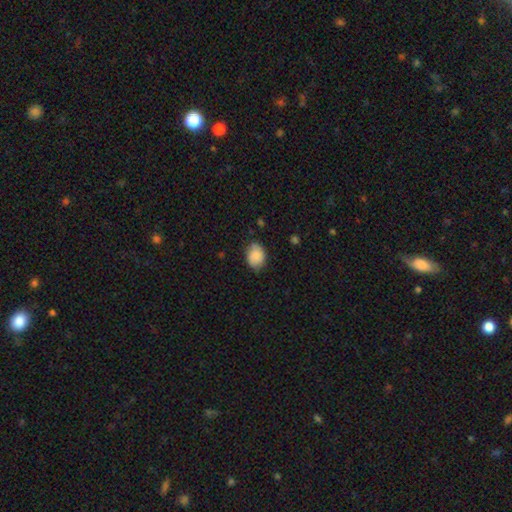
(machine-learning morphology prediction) Smooth or featured?
  - smooth: 79% *
  - featured or disk: 13%
  - star or artifact: 8%
How rounded?
  - in between: 67% *
  - round: 32%
  - cigar-shaped: 1%
Merging?
  - none: 74% *
  - minor disturbance: 21%
  - major disturbance: 4%
  - merger: 1%